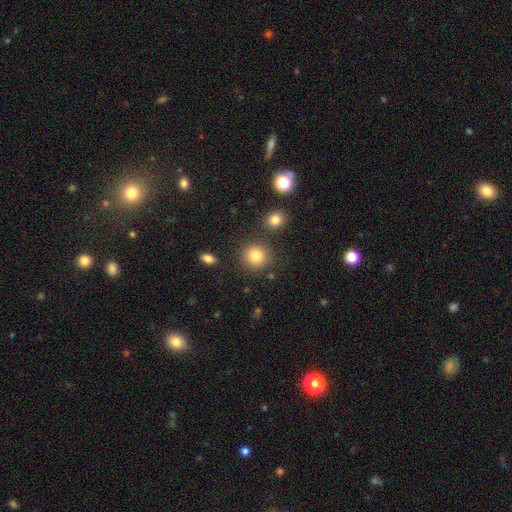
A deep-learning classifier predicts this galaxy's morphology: Smooth or featured? smooth (84%)
How rounded? round (89%)
Merging? none (83%)